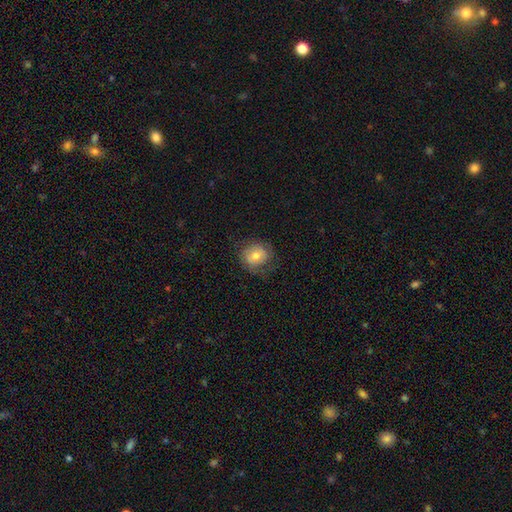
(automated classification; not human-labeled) Overall: smooth (59%; featured or disk 32%). How rounded: round (81%). Merging: none (73%).